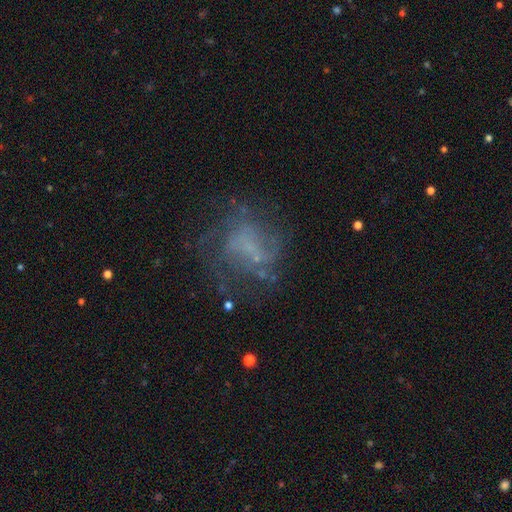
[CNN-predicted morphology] type=featured or disk (57%); edge-on=no (97%); bar=no (70%); spiral arms=yes (56%); bulge=none (63%); merging=none (57%).